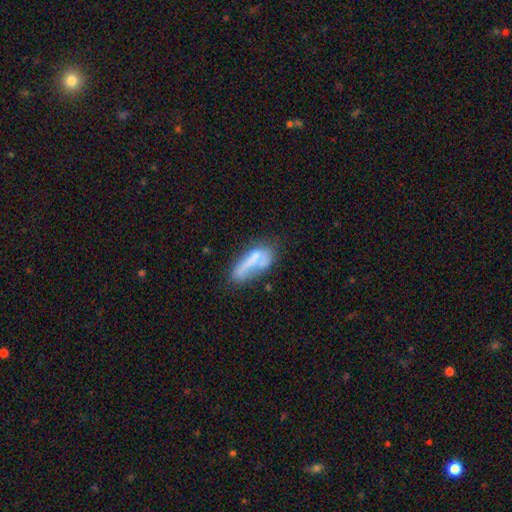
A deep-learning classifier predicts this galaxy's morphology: This appears to be a smooth galaxy with no disk features (56%) that is in between round and cigar-shaped (54%). Merging: none (35%).